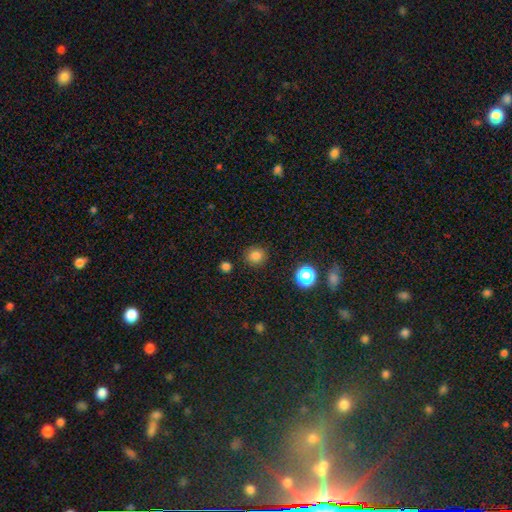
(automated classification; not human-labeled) smooth 82%, star or artifact 14%, featured or disk 4%. Down the decision tree: how rounded — round (89%); merging — none (88%).